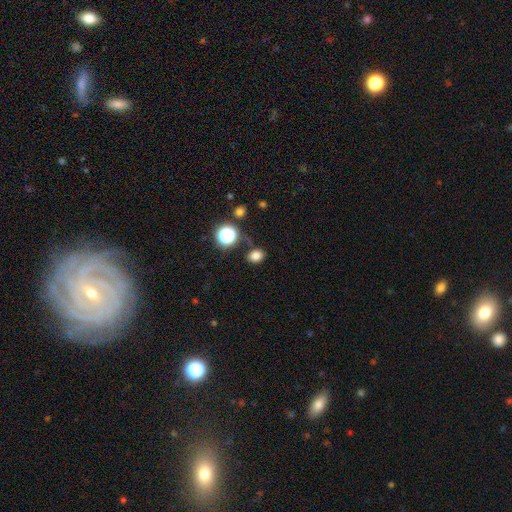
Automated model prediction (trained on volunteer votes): A smooth galaxy with no disk features (78%) that is in between round and cigar-shaped (54%). Merging: none (75%).